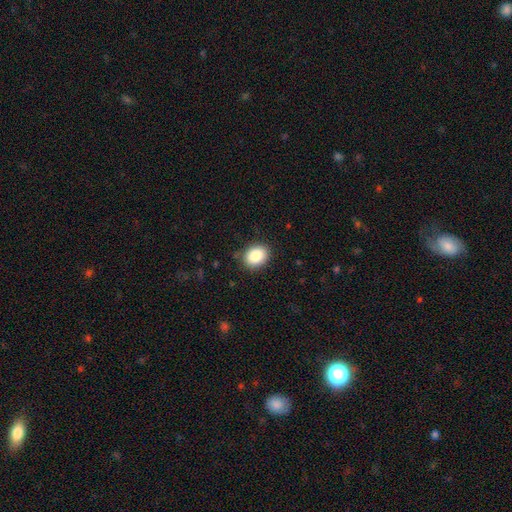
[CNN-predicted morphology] A smooth galaxy with no disk features (88%) that is in between round and cigar-shaped (66%).

Vote fractions:
- Smooth or featured? smooth: 88% / star or artifact: 8% / featured or disk: 4%
- How rounded? in between: 66% / round: 33% / cigar-shaped: 1%
- Merging? none: 85% / minor disturbance: 11% / major disturbance: 3% / merger: 1%